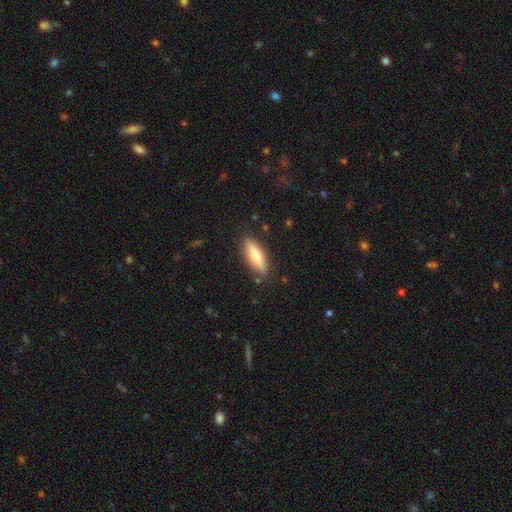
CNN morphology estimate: smooth_or_featured: smooth (p=0.58) [alt: featured or disk p=0.36]
how_rounded: cigar-shaped (p=0.58) [alt: in between p=0.40]
merging: none (p=0.85) [alt: minor disturbance p=0.11]